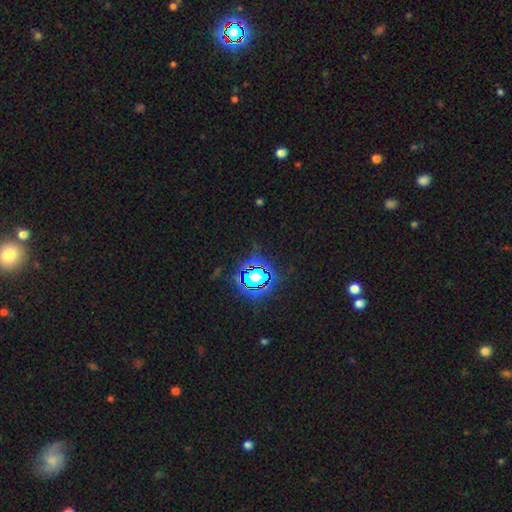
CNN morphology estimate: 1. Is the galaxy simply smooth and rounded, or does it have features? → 79% star or artifact, 13% smooth, 8% featured or disk.